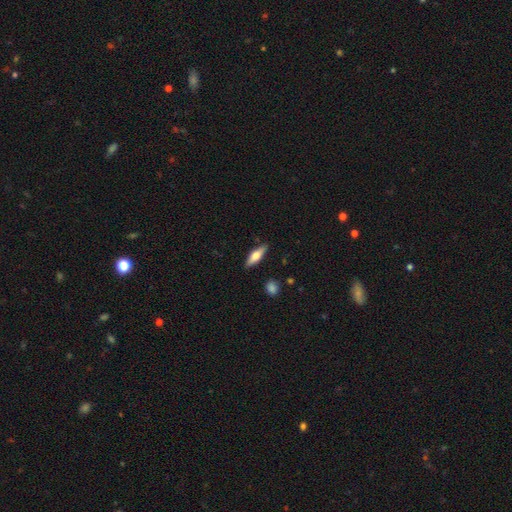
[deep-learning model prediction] This is possibly a smooth galaxy (52%). How rounded: possibly cigar-shaped (51%). Merging: clearly none (88%).